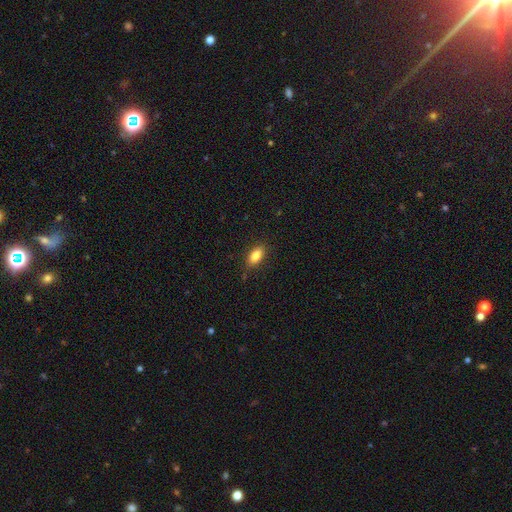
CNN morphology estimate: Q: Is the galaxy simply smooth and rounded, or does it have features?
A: smooth — 84%.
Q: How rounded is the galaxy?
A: in between — 86%.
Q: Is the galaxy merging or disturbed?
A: none — 83%.